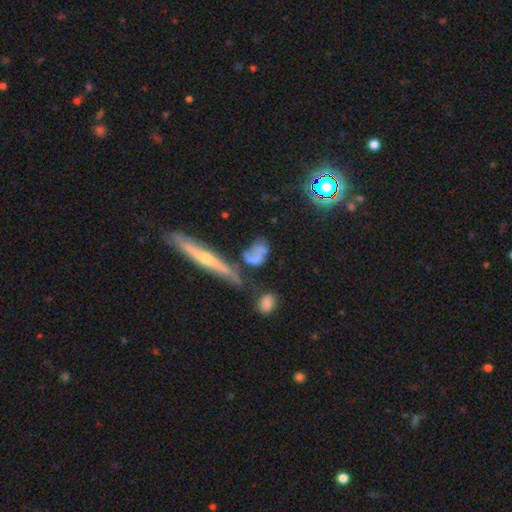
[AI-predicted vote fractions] A smooth galaxy with no disk features (47%). Merging: none (36%).